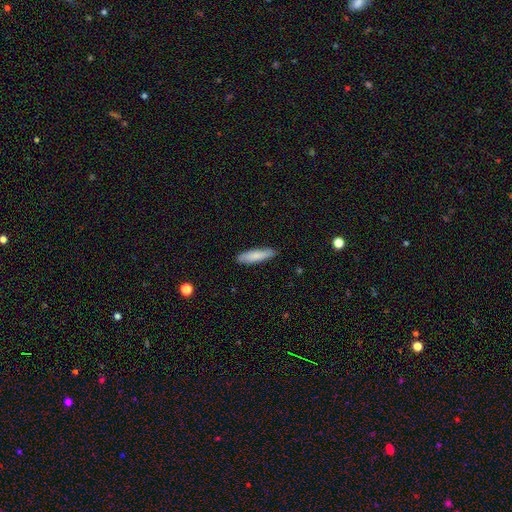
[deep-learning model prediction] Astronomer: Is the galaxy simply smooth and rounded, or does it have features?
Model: smooth — 83%.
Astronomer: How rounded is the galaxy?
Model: cigar-shaped — 74%.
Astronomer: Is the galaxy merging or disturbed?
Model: none — 86%.